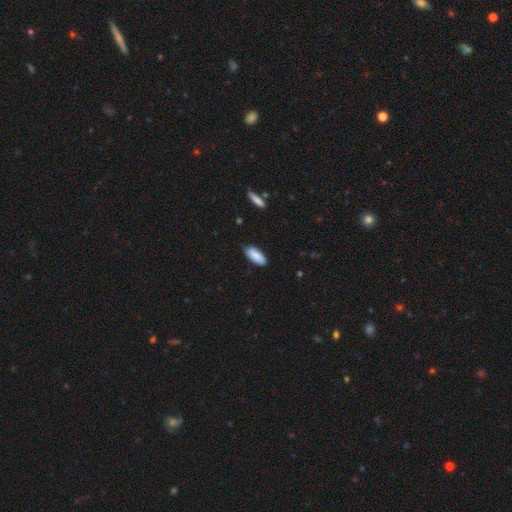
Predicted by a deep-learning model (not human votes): smooth_or_featured: smooth (p=0.88) [alt: featured or disk p=0.06]
how_rounded: in between (p=0.83) [alt: cigar-shaped p=0.16]
merging: none (p=0.82) [alt: minor disturbance p=0.14]